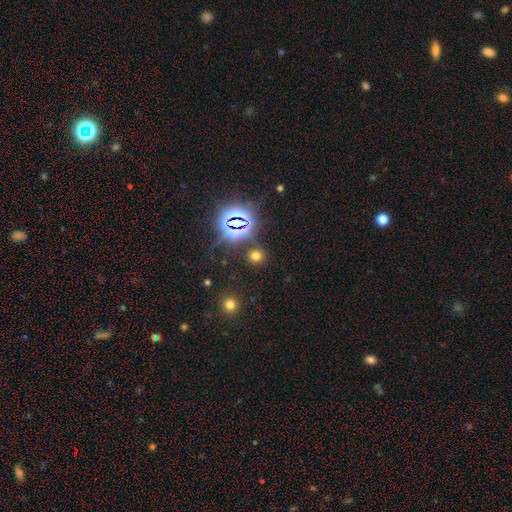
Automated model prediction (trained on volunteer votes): Overall: smooth (60%; star or artifact 34%). How rounded: round (88%). Merging: none (85%).